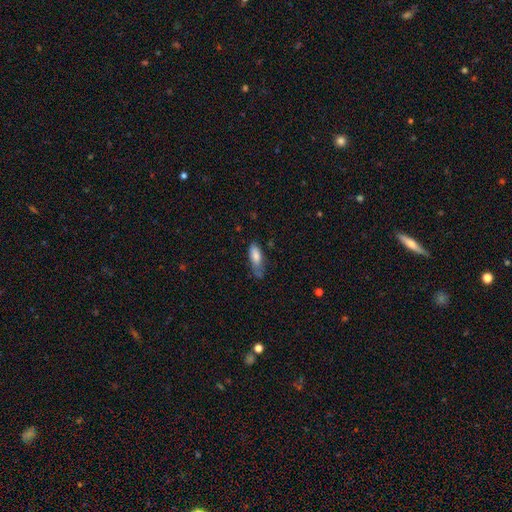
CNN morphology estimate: This appears to be a smooth galaxy with no disk features (79%) that is in between round and cigar-shaped (71%). Merging: none (42%).